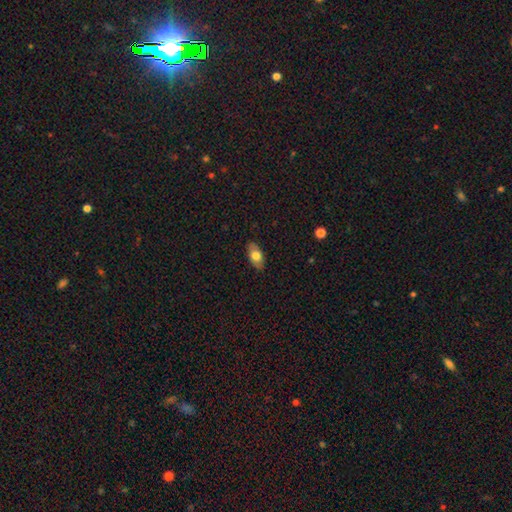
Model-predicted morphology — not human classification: This appears to be a smooth galaxy with no disk features (72%) that is in between round and cigar-shaped (91%). Merging: none (86%).